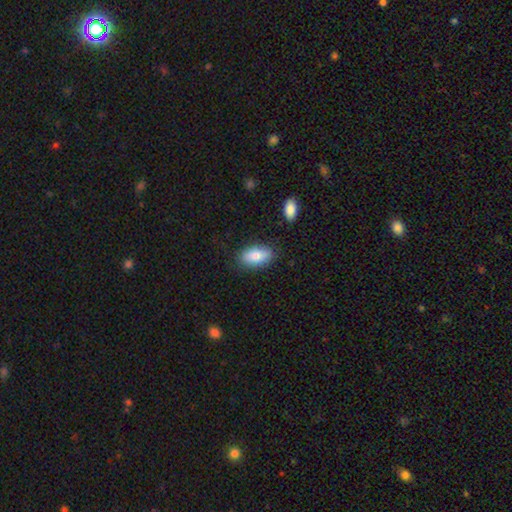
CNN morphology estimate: smooth 83%, featured or disk 10%, star or artifact 6%. Down the decision tree: how rounded — in between (92%); merging — none (82%).